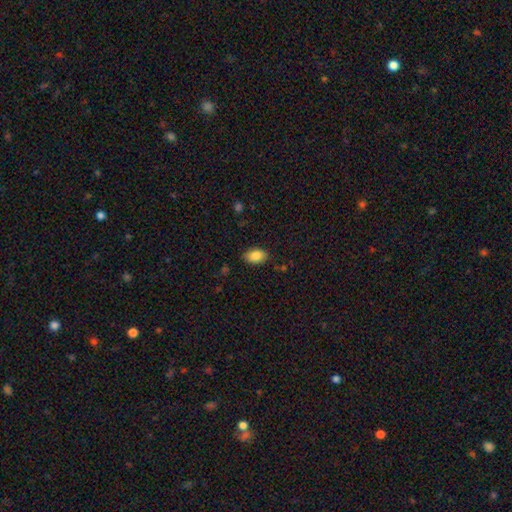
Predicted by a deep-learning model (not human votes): A smooth galaxy with no disk features (86%) that is in between round and cigar-shaped (90%). Merging: none (86%).